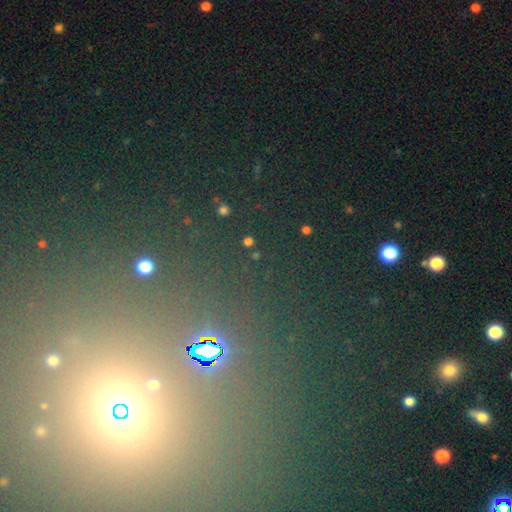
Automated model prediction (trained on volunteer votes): This appears to be a star or artifact, not a galaxy (74%).